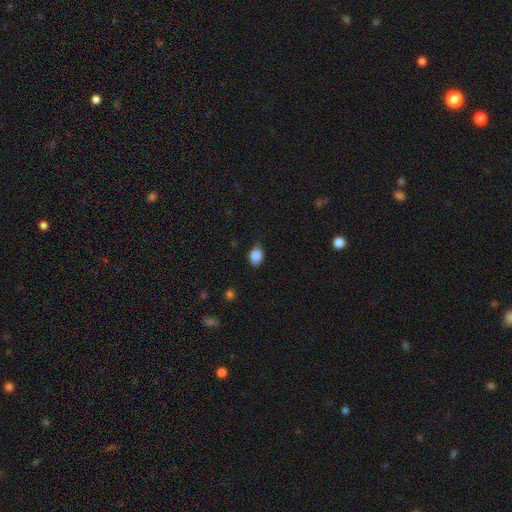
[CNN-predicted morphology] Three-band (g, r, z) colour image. It shows a smooth galaxy with no disk features (85%) that is in between round and cigar-shaped (65%). Merging: none (73%).